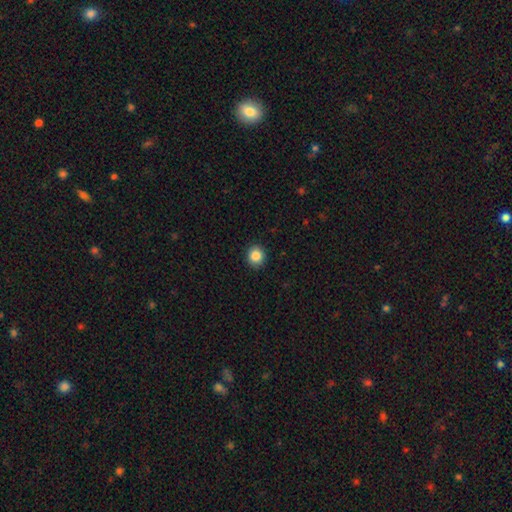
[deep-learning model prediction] smooth-or-featured: smooth: 86% | star or artifact: 10% | featured or disk: 4%
  how-rounded: round: 85% | in between: 14% | cigar-shaped: 1%
  merging: none: 92% | minor disturbance: 6% | major disturbance: 2% | merger: 1%